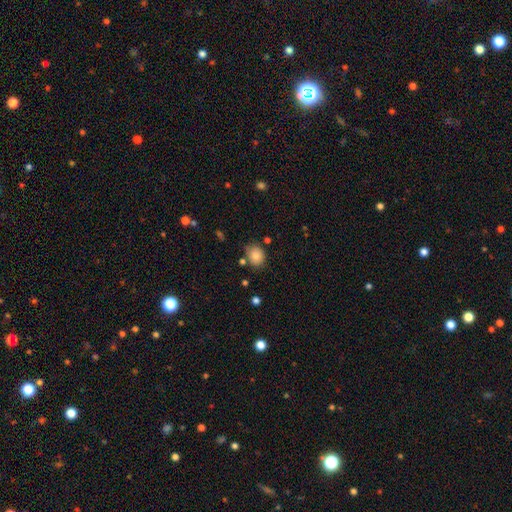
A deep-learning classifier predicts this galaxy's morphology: type=smooth (83%); roundness=round (66%); merging=none (74%).